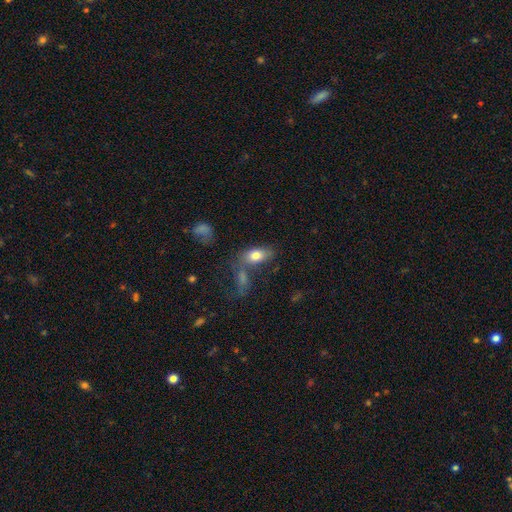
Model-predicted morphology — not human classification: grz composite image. It shows a smooth galaxy with no disk features (78%) that is in between round and cigar-shaped (88%). Merging: none (47%).